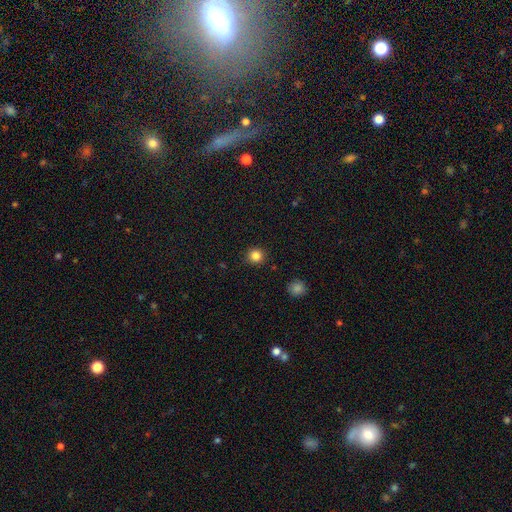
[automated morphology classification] type=smooth (84%); roundness=round (94%); merging=none (91%).